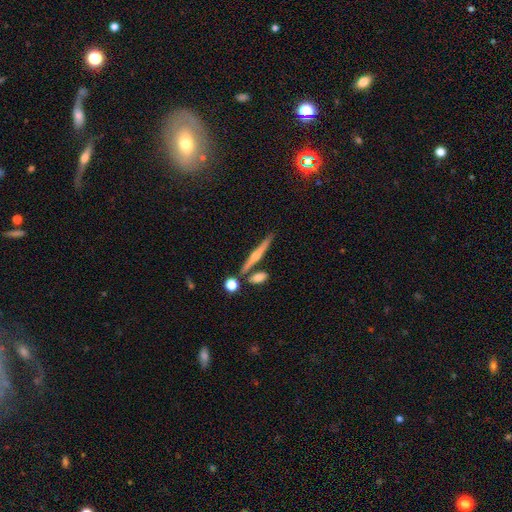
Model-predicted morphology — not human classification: smooth-or-featured: featured or disk: 68% | smooth: 25% | star or artifact: 8%
  disk-edge-on: yes: 96% | no: 4%
    edge-on-bulge: rounded: 85% | none: 9% | boxy: 6%
  merging: none: 78% | merger: 11% | minor disturbance: 9% | major disturbance: 3%